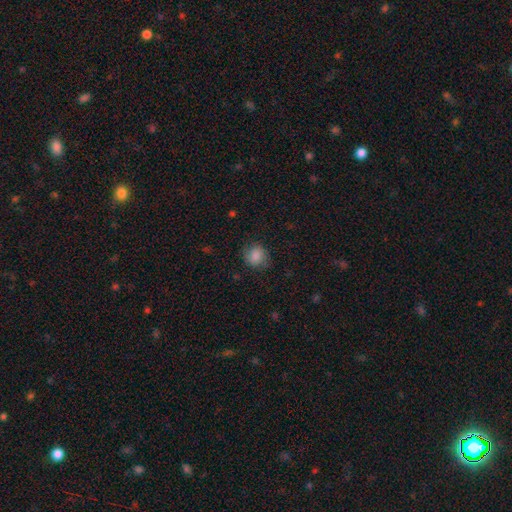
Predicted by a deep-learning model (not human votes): The model was most divided on "how rounded": round: 77%, in between: 22%, cigar-shaped: 1%. More confident: smooth or featured — smooth (82%); merging — none (76%).